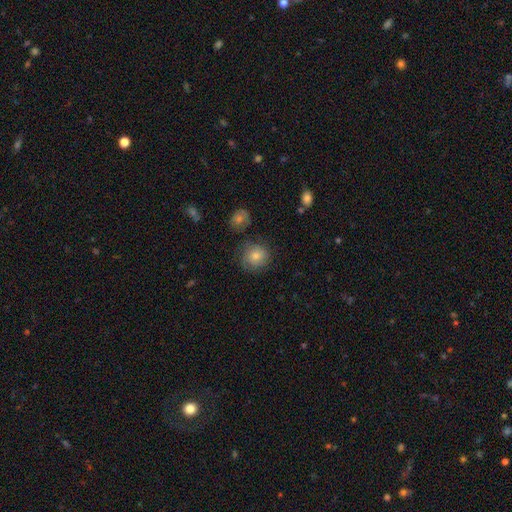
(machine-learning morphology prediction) A smooth galaxy with no disk features (56%) that is round (90%). Merging: none (77%).